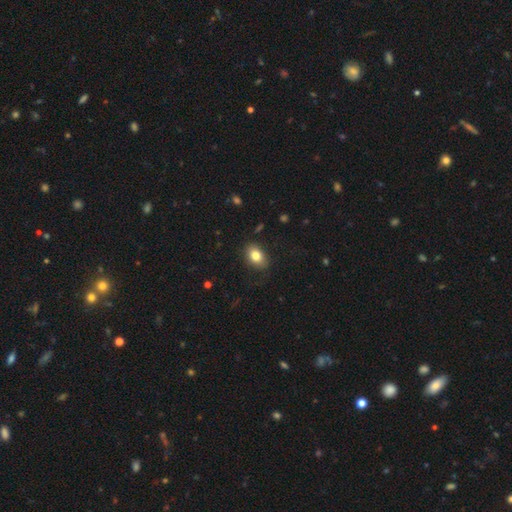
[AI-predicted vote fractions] smooth_or_featured: smooth (p=0.82) [alt: featured or disk p=0.09]
how_rounded: in between (p=0.77) [alt: round p=0.22]
merging: none (p=0.83) [alt: minor disturbance p=0.13]